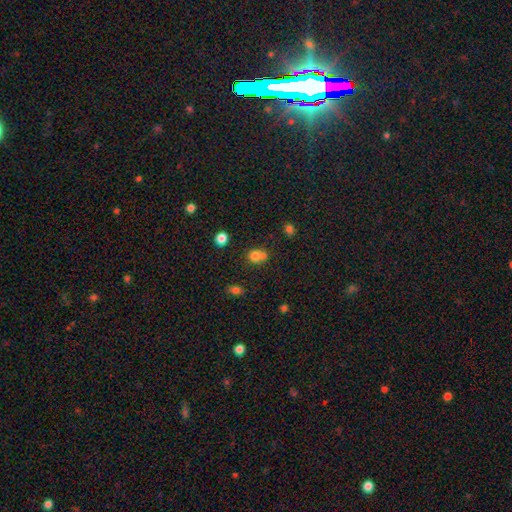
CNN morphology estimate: Smooth or featured? Predicted: smooth (p=0.75). How rounded? Predicted: round (p=0.69). Merging? Predicted: merger (p=0.44).